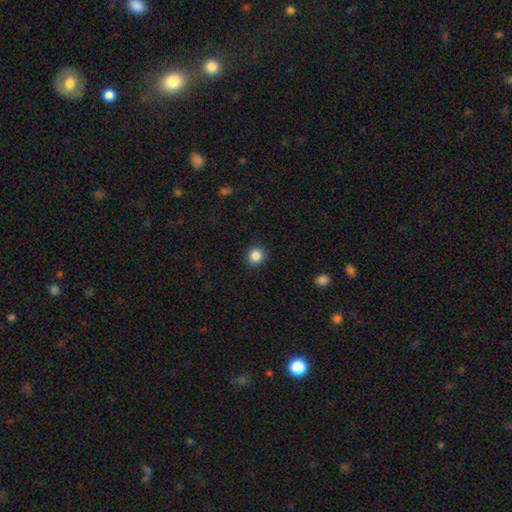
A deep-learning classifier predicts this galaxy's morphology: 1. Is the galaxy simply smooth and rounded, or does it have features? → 86% smooth, 10% star or artifact, 4% featured or disk.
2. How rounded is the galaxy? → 91% round, 8% in between, 1% cigar-shaped.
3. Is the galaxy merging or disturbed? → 91% none, 6% minor disturbance, 2% major disturbance, 1% merger.